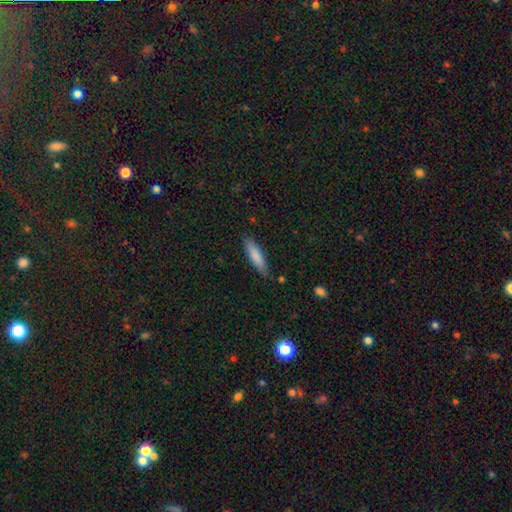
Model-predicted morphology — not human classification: Overall: smooth (81%). How rounded: cigar-shaped (70%). Merging: none (82%).